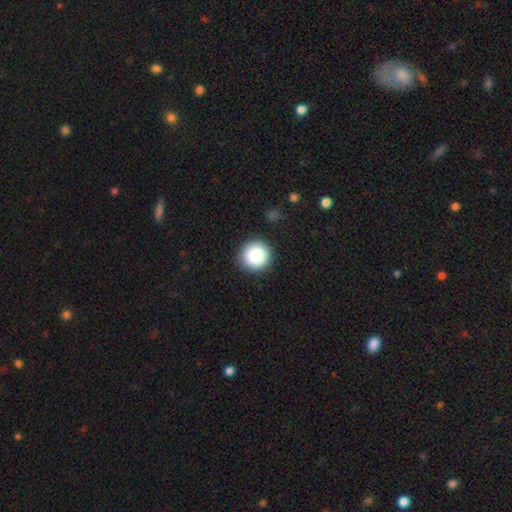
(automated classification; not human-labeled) Smooth or featured?
  - smooth: 83% *
  - star or artifact: 9%
  - featured or disk: 8%
How rounded?
  - round: 94% *
  - in between: 5%
  - cigar-shaped: 1%
Merging?
  - none: 91% *
  - minor disturbance: 6%
  - major disturbance: 2%
  - merger: 1%